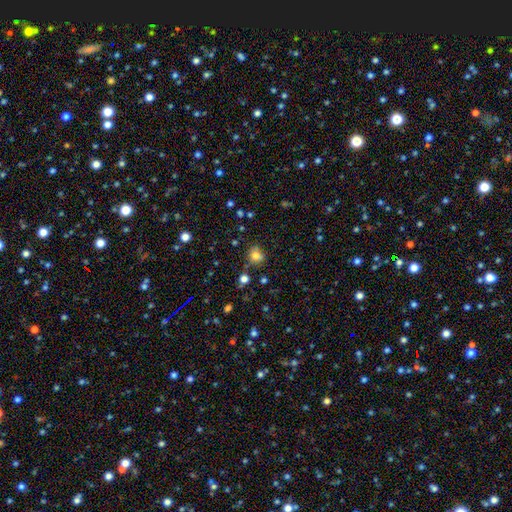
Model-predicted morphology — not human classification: Smooth or featured? smooth (75%)
How rounded? round (72%)
Merging? none (64%)